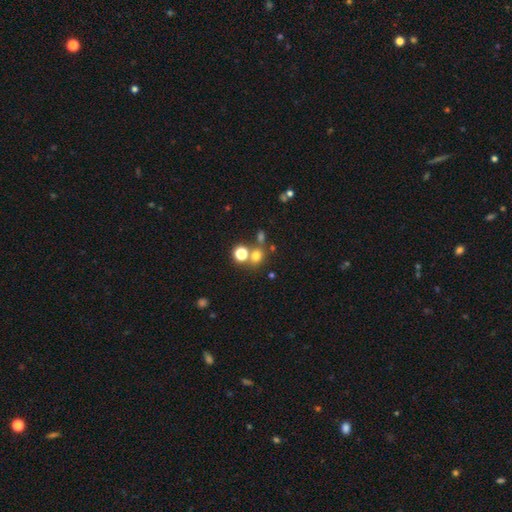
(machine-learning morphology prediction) A smooth galaxy with no disk features (68%) that is round (79%).

Vote fractions:
- Smooth or featured? smooth: 68% / star or artifact: 22% / featured or disk: 9%
- How rounded? round: 79% / in between: 20% / cigar-shaped: 1%
- Merging? none: 61% / merger: 25% / minor disturbance: 9% / major disturbance: 5%